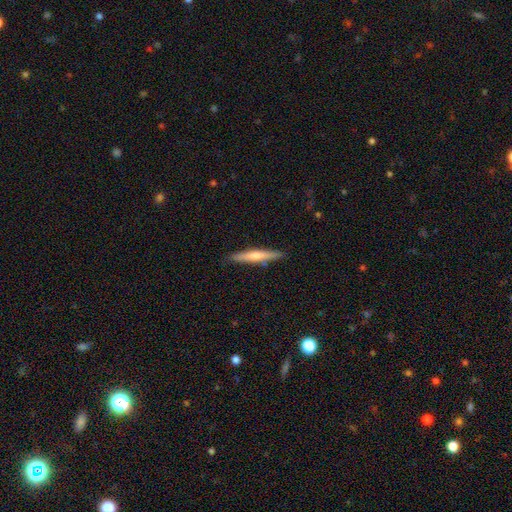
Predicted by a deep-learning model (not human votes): A smooth galaxy with no disk features (56%) that is cigar-shaped (92%). Merging: none (87%).